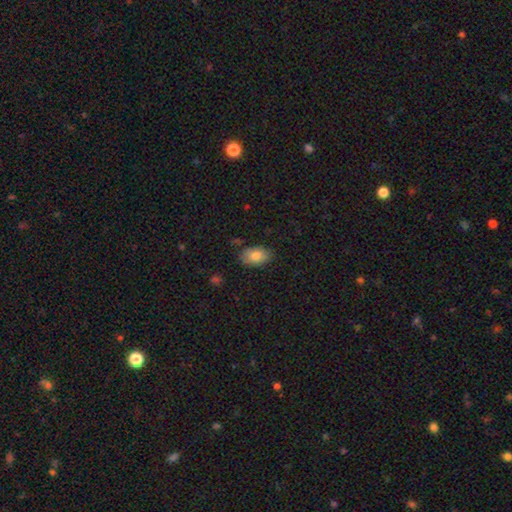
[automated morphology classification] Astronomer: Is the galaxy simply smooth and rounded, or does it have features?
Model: smooth — 81%.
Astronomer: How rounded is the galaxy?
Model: in between — 89%.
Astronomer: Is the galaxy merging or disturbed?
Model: none — 81%.